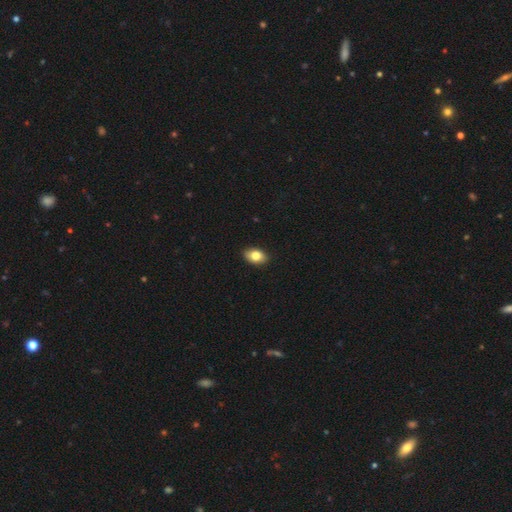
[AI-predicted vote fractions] Smooth or featured? smooth (82%)
How rounded? in between (88%)
Merging? none (89%)